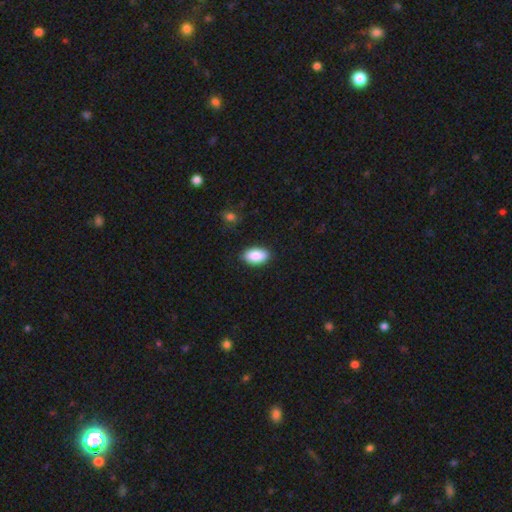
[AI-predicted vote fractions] smooth-or-featured: smooth: 89% | star or artifact: 6% | featured or disk: 4%
  how-rounded: in between: 94% | round: 4% | cigar-shaped: 2%
  merging: none: 88% | minor disturbance: 9% | major disturbance: 2% | merger: 1%